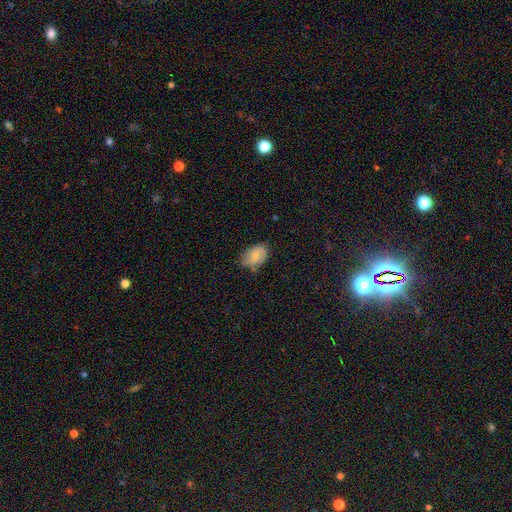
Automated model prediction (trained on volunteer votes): smooth_or_featured: smooth (p=0.66) [alt: featured or disk p=0.26]
how_rounded: in between (p=0.88) [alt: round p=0.11]
merging: none (p=0.64) [alt: minor disturbance p=0.29]